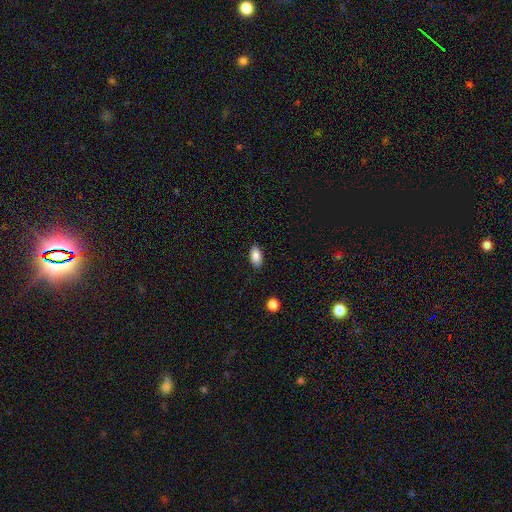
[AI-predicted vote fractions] Overall: smooth (86%). How rounded: in between (93%). Merging: none (88%).